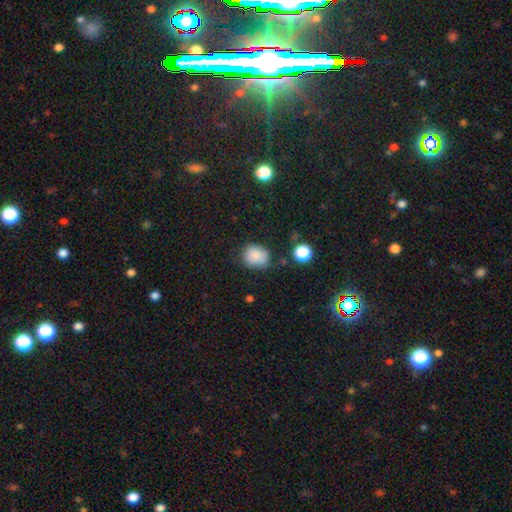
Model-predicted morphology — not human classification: This is clearly a smooth galaxy (85%). How rounded: likely round (63%). Merging: likely none (71%).